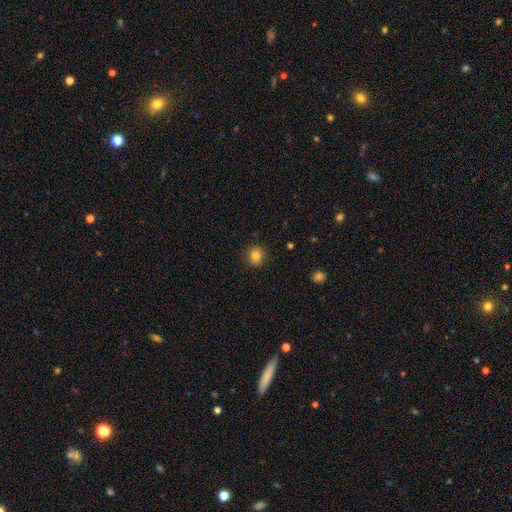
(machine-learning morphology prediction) Smooth or featured: smooth — 82% (star or artifact — 11%)
How rounded: round — 84% (in between — 15%)
Merging: none — 89% (minor disturbance — 8%)